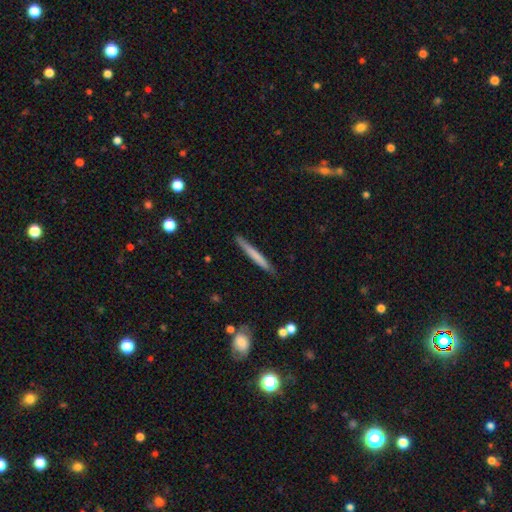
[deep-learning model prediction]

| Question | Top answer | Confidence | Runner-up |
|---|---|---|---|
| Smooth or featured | smooth | 65% | featured or disk (30%) |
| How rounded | cigar-shaped | 97% | in between (2%) |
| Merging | none | 89% | minor disturbance (8%) |